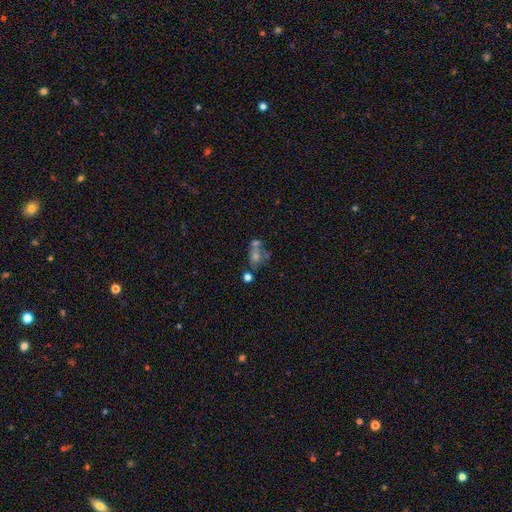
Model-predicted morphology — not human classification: This appears to be a smooth galaxy with no disk features (45%). Merging: merger (39%).